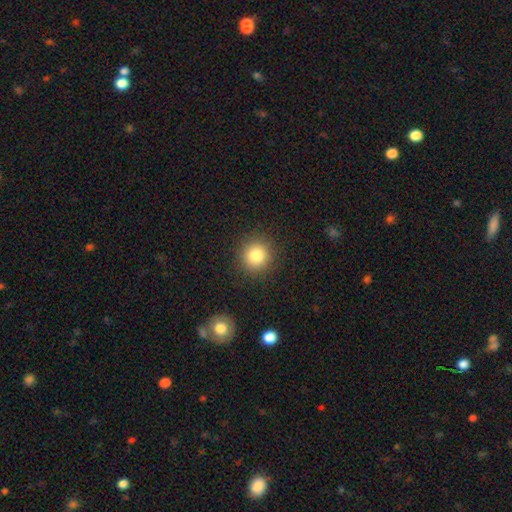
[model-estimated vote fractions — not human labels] smooth 83%, star or artifact 11%, featured or disk 6%. Down the decision tree: how rounded — round (91%); merging — none (90%).